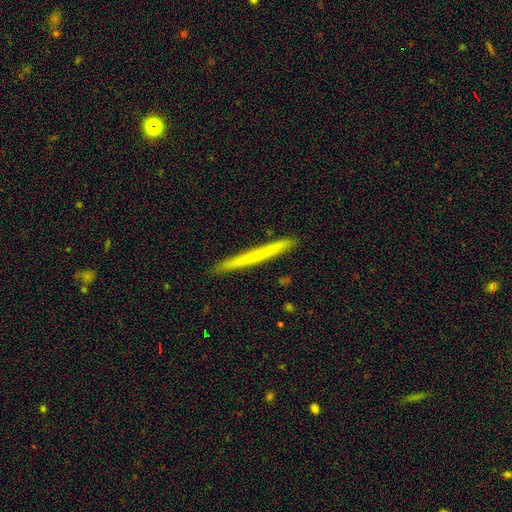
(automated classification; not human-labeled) Morphology: type=smooth (51%); roundness=cigar-shaped (97%); merging=none (92%).